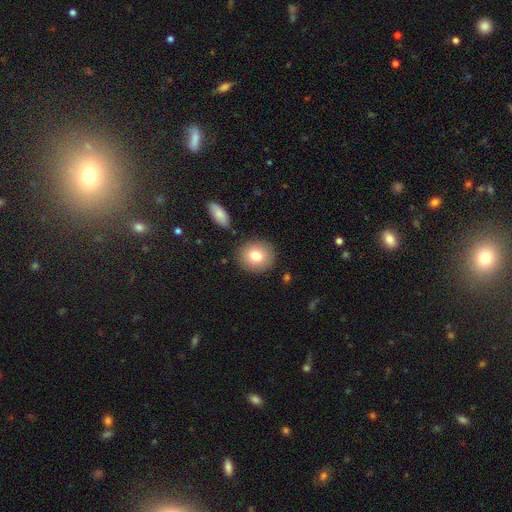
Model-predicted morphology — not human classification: Smooth or featured? Predicted: smooth (p=0.78). How rounded? Predicted: round (p=0.82). Merging? Predicted: none (p=0.86).